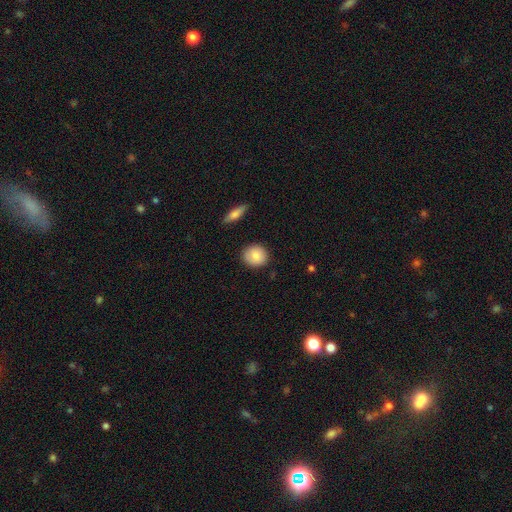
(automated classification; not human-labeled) Smooth or featured? smooth (84%)
How rounded? round (80%)
Merging? none (87%)